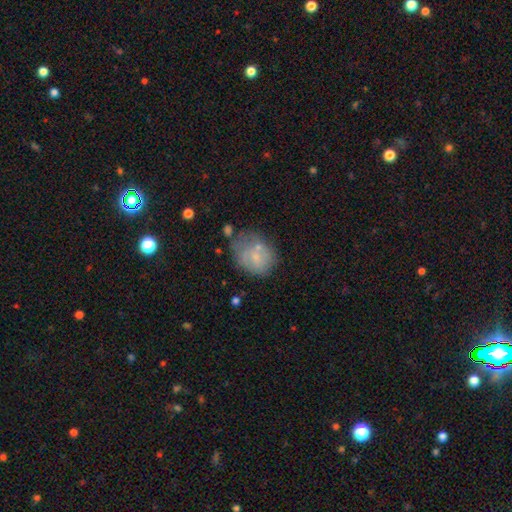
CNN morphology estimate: Overall: smooth (54%; featured or disk 36%). How rounded: round (51%; in between 48%). Merging: none (43%; minor disturbance 28%).